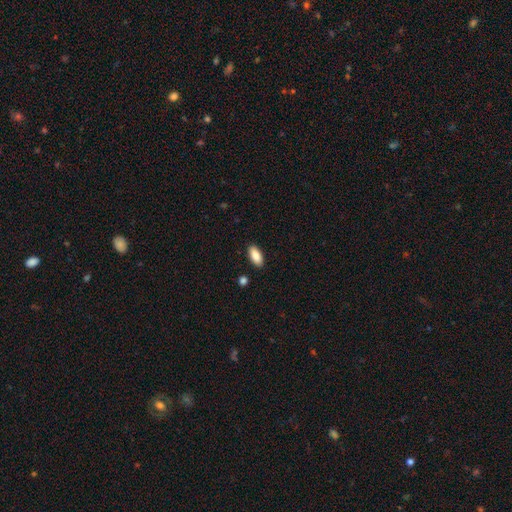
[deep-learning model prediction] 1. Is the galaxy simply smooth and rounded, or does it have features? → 87% smooth, 6% featured or disk, 6% star or artifact.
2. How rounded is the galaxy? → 89% in between, 9% cigar-shaped, 2% round.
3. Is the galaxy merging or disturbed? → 89% none, 8% minor disturbance, 2% major disturbance, 2% merger.